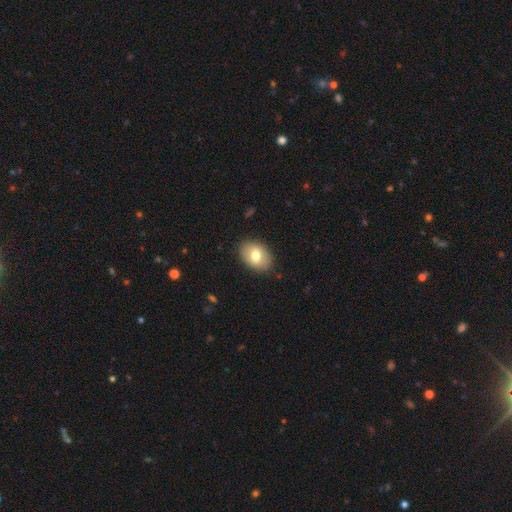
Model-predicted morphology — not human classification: Smooth or featured: smooth — 72% (featured or disk — 20%)
How rounded: in between — 74% (round — 25%)
Merging: none — 87% (minor disturbance — 10%)